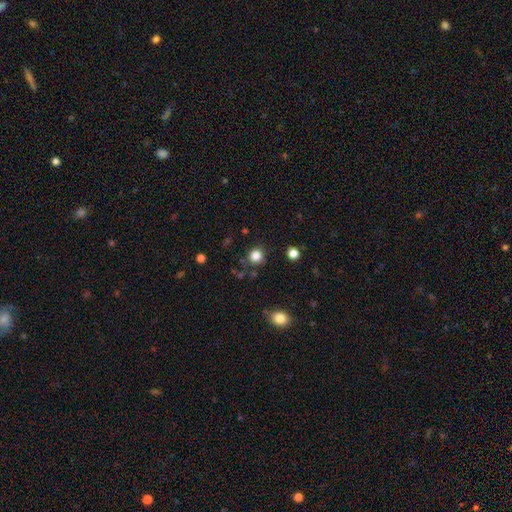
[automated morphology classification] Smooth or featured?
  - smooth: 83% *
  - star or artifact: 12%
  - featured or disk: 4%
How rounded?
  - round: 90% *
  - in between: 9%
  - cigar-shaped: 1%
Merging?
  - none: 85% *
  - minor disturbance: 9%
  - merger: 3%
  - major disturbance: 3%